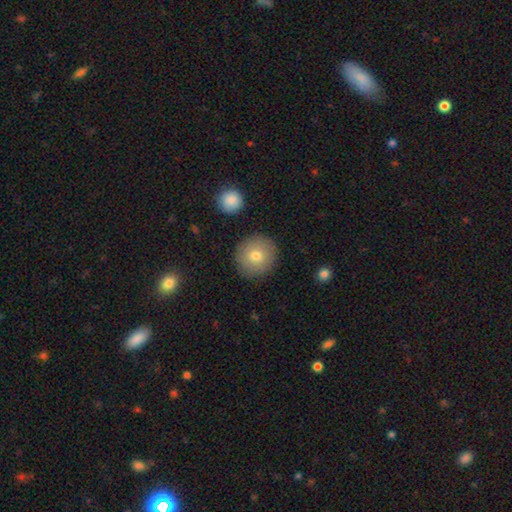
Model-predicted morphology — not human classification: smooth-or-featured: smooth: 78% | featured or disk: 14% | star or artifact: 8%
  how-rounded: round: 93% | in between: 6% | cigar-shaped: 1%
  merging: none: 88% | minor disturbance: 8% | major disturbance: 3% | merger: 2%